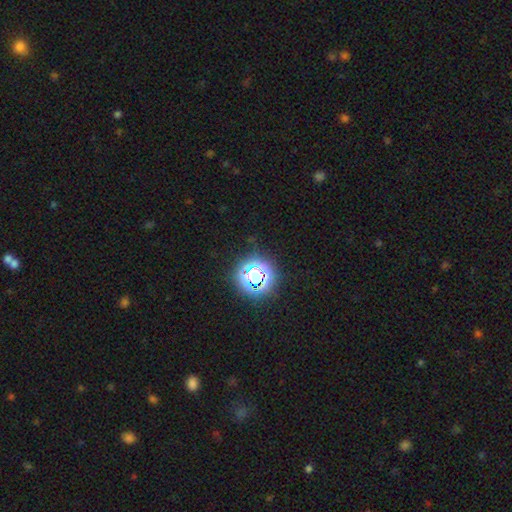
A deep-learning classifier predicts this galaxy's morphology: This appears to be a star or artifact, not a galaxy (71%).